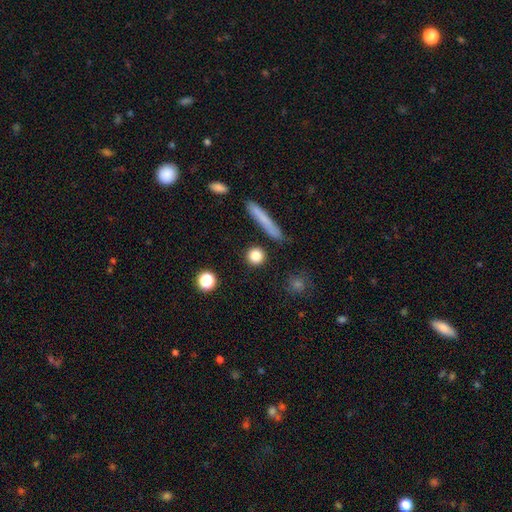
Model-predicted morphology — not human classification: smooth-or-featured: smooth: 83% | star or artifact: 10% | featured or disk: 7%
  how-rounded: round: 88% | in between: 7% | cigar-shaped: 5%
  merging: none: 87% | minor disturbance: 7% | merger: 3% | major disturbance: 3%